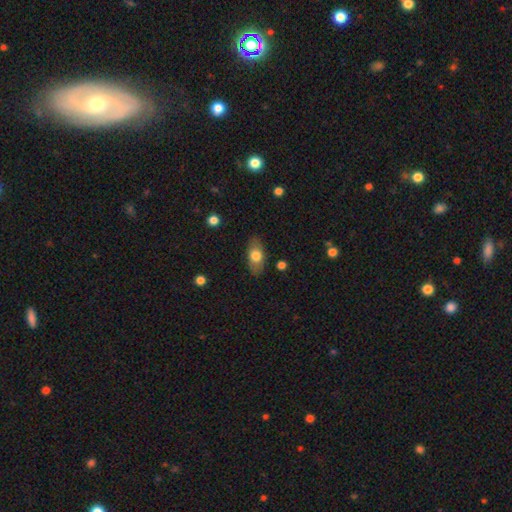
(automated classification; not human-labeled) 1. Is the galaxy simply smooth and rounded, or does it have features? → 72% smooth, 21% featured or disk, 7% star or artifact.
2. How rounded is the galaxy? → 87% in between, 7% round, 6% cigar-shaped.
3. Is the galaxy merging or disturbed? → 83% none, 12% minor disturbance, 3% major disturbance, 1% merger.